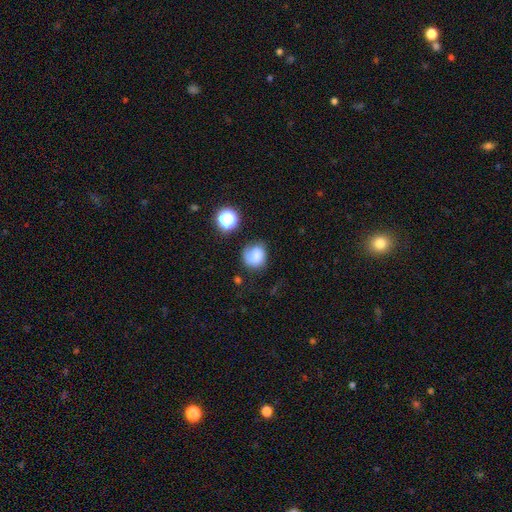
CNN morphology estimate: Smooth or featured? smooth (58%)
How rounded? round (72%)
Merging? none (54%)